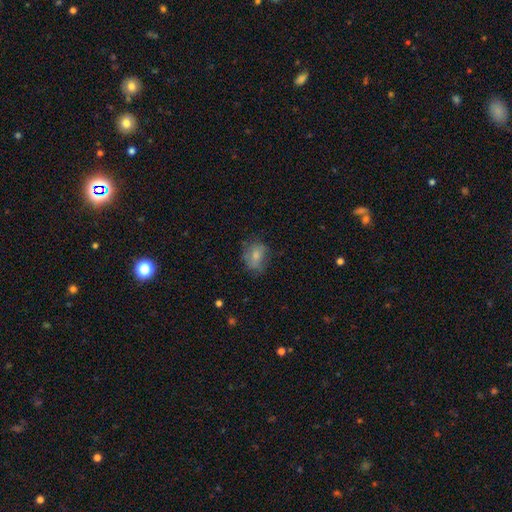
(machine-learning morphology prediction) Q: Smooth or featured?
A: smooth (71%); runner-up: featured or disk (19%)
Q: How rounded?
A: in between (63%); runner-up: round (35%)
Q: Merging?
A: none (58%); runner-up: minor disturbance (26%)